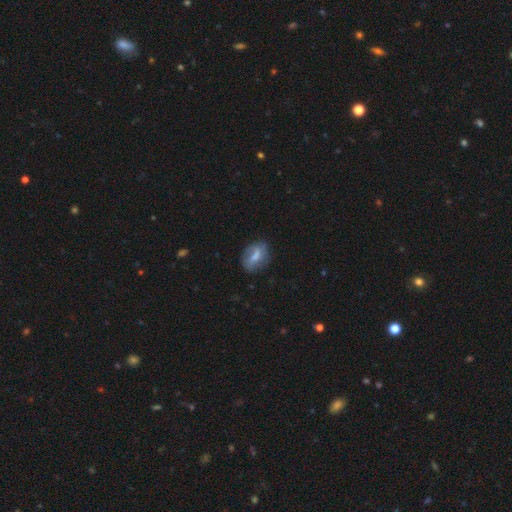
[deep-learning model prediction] Morphology: type=smooth (55%); roundness=in between (76%); merging=none (66%).